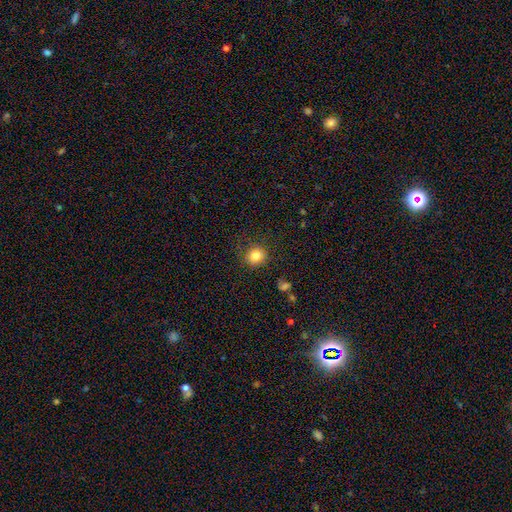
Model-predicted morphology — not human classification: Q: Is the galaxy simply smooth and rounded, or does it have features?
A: smooth — 82%.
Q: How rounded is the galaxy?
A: round — 89%.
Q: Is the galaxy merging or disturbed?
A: none — 82%.